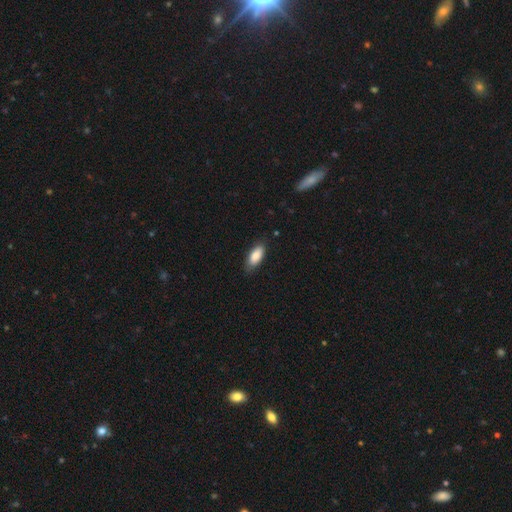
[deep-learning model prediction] smooth 85%, featured or disk 9%, star or artifact 6%. Down the decision tree: how rounded — in between (84%); merging — none (79%).